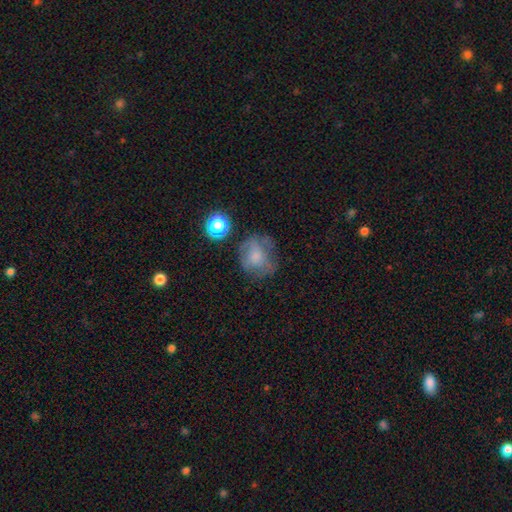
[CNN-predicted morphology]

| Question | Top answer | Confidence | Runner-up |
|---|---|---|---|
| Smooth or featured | smooth | 59% | featured or disk (27%) |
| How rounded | round | 68% | in between (31%) |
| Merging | none | 51% | minor disturbance (26%) |